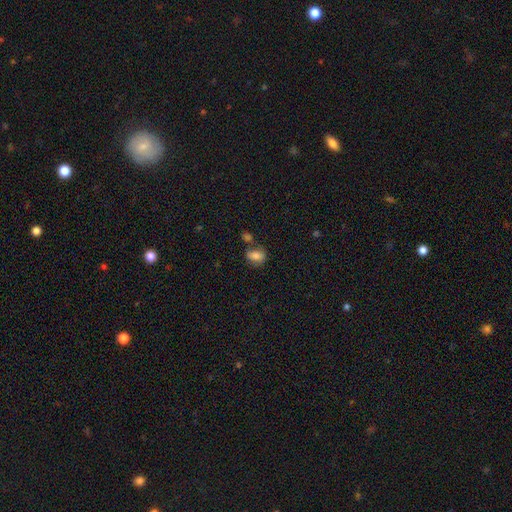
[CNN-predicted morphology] Smooth or featured?
  - smooth: 74% *
  - featured or disk: 15%
  - star or artifact: 10%
How rounded?
  - in between: 72% *
  - round: 26%
  - cigar-shaped: 3%
Merging?
  - none: 56% *
  - merger: 21%
  - minor disturbance: 17%
  - major disturbance: 6%